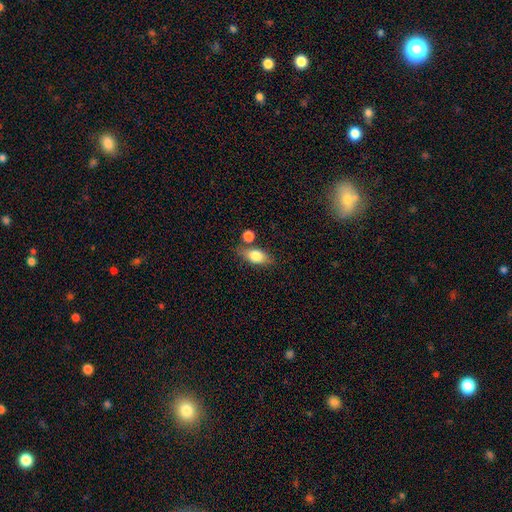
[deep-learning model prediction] This is likely a smooth galaxy (76%). How rounded: clearly in between (81%). Merging: likely none (65%).